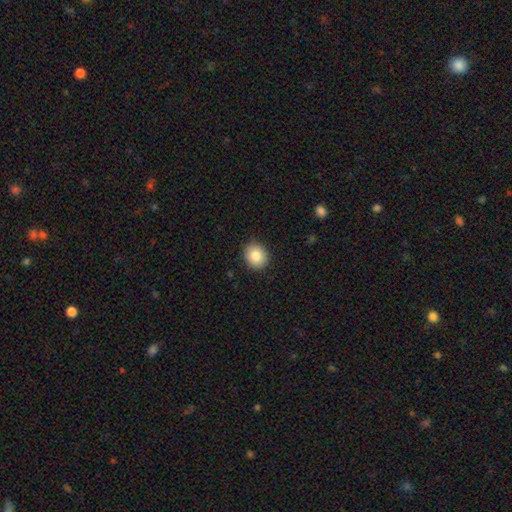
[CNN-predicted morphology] This is clearly a smooth galaxy (86%). How rounded: likely round (69%). Merging: clearly none (89%).